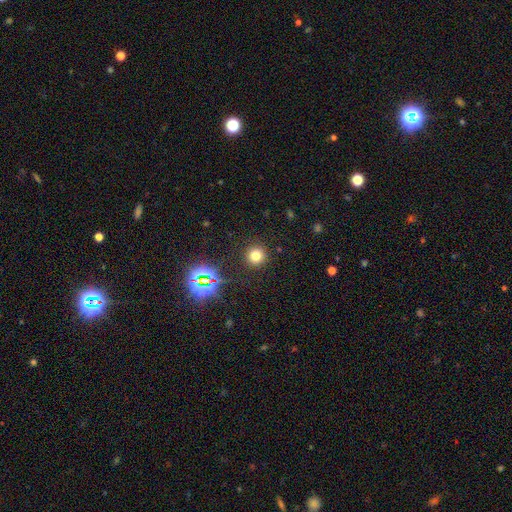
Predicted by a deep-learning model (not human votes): Smooth or featured? Predicted: smooth (p=0.72). How rounded? Predicted: round (p=0.94). Merging? Predicted: none (p=0.91).